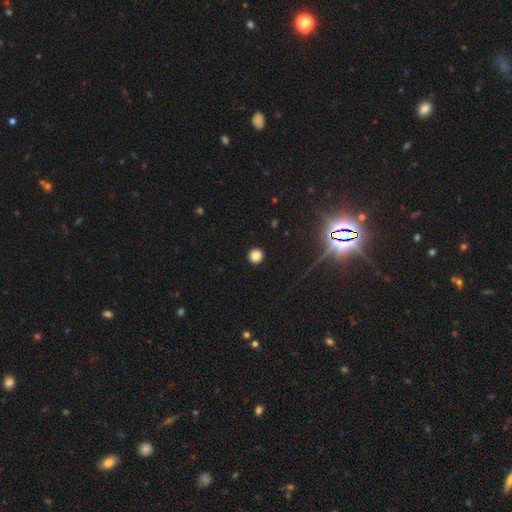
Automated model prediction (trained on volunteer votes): smooth_or_featured: smooth (p=0.83) [alt: star or artifact p=0.13]
how_rounded: round (p=0.95) [alt: in between p=0.04]
merging: none (p=0.93) [alt: minor disturbance p=0.04]